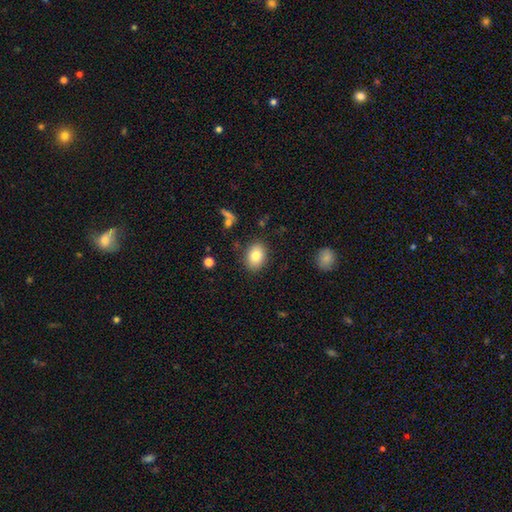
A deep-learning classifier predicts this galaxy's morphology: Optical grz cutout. It shows a smooth galaxy with no disk features (81%) that is in between round and cigar-shaped (71%). Merging: none (86%).